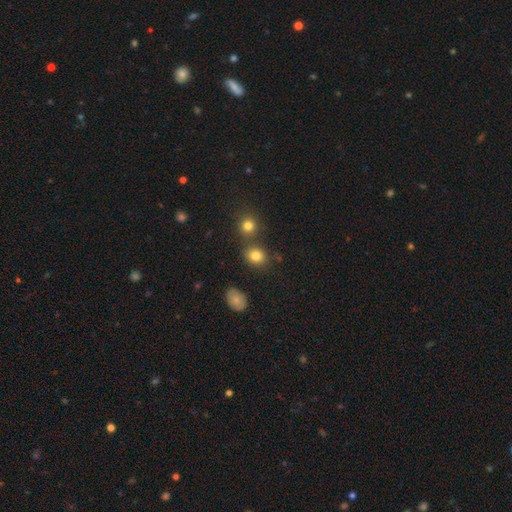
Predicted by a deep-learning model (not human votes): Q: Smooth or featured?
A: smooth (81%); runner-up: star or artifact (12%)
Q: How rounded?
A: round (67%); runner-up: in between (32%)
Q: Merging?
A: none (72%); runner-up: merger (14%)